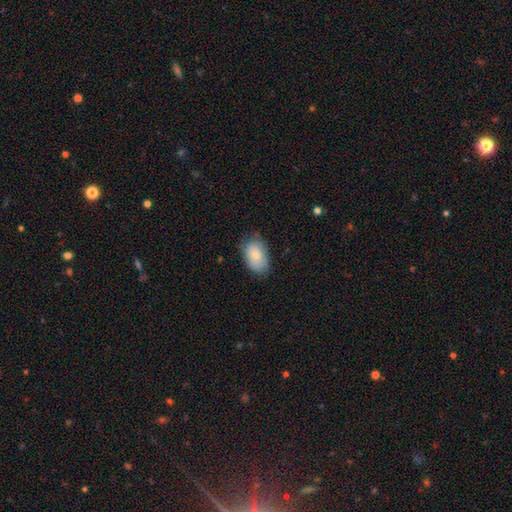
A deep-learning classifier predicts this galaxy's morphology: A smooth galaxy with no disk features (77%) that is in between round and cigar-shaped (87%). Merging: none (72%).